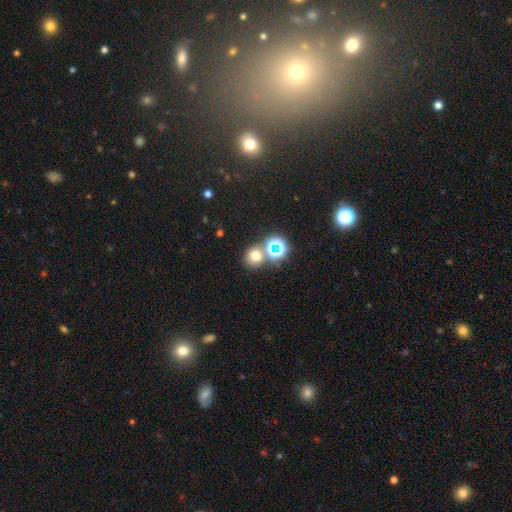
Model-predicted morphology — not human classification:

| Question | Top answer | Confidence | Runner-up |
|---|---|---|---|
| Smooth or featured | smooth | 65% | star or artifact (26%) |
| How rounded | round | 80% | in between (19%) |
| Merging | none | 66% | merger (22%) |